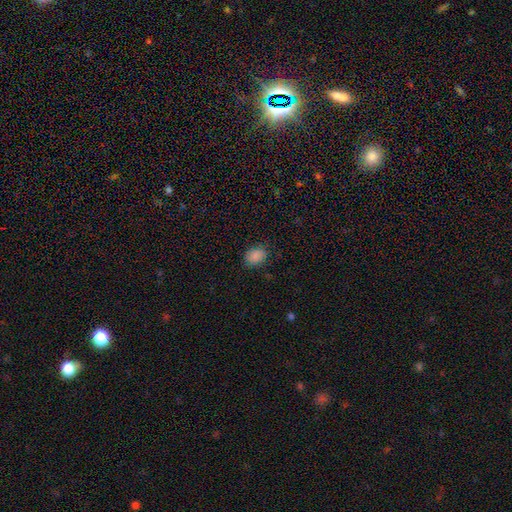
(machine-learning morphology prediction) A smooth galaxy with no disk features (87%) that is in between round and cigar-shaped (60%).

Vote fractions:
- Smooth or featured? smooth: 87% / star or artifact: 9% / featured or disk: 4%
- How rounded? in between: 60% / round: 39% / cigar-shaped: 1%
- Merging? none: 83% / minor disturbance: 13% / major disturbance: 3% / merger: 1%